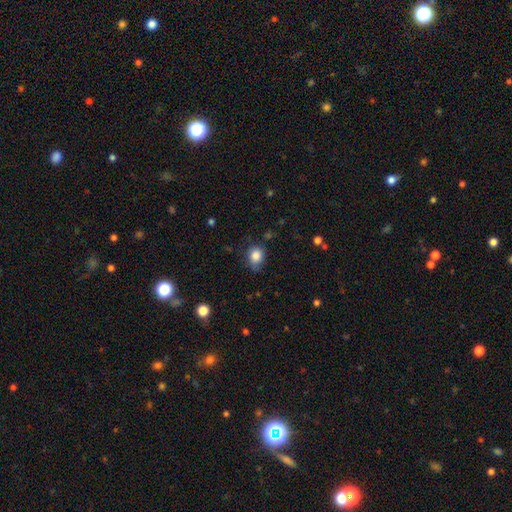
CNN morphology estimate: smooth-or-featured: smooth: 85% | star or artifact: 9% | featured or disk: 6%
  how-rounded: round: 59% | in between: 40% | cigar-shaped: 1%
  merging: none: 67% | minor disturbance: 25% | major disturbance: 6% | merger: 2%